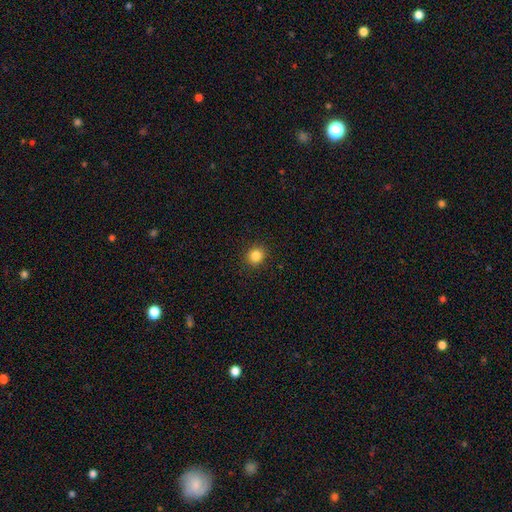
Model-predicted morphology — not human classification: The model was most divided on "how rounded": round: 82%, in between: 17%, cigar-shaped: 1%. More confident: merging — none (91%); smooth or featured — smooth (84%).